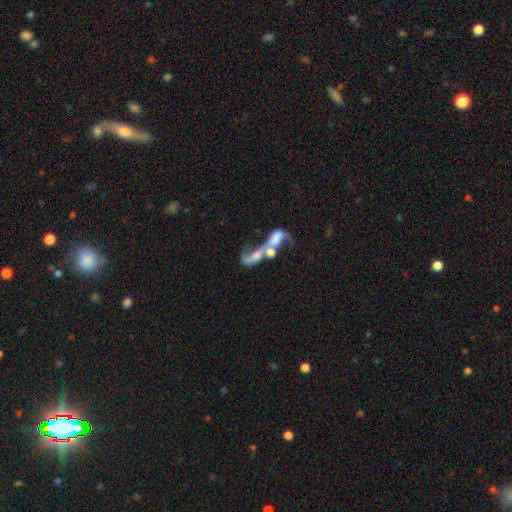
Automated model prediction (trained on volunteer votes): This appears to be a featured or disk galaxy (52%). Merging: merger (76%).